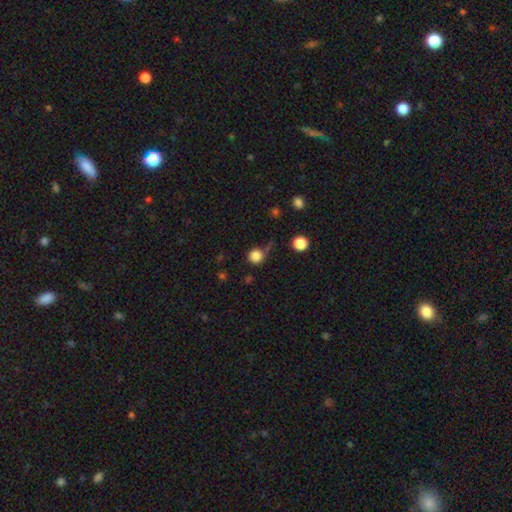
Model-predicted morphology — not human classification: Overall: smooth (84%). How rounded: round (94%). Merging: none (70%).